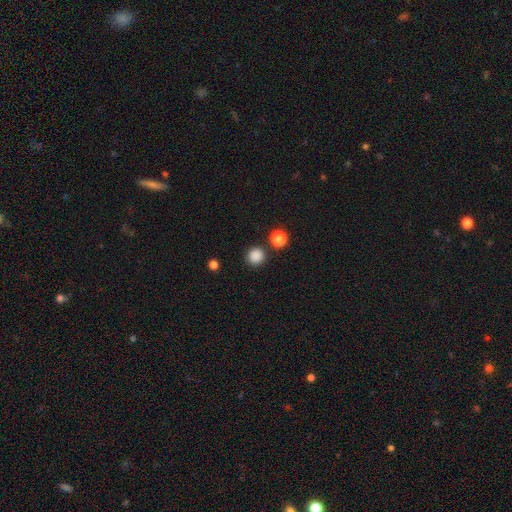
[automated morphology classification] Smooth or featured? smooth (86%)
How rounded? round (92%)
Merging? none (86%)